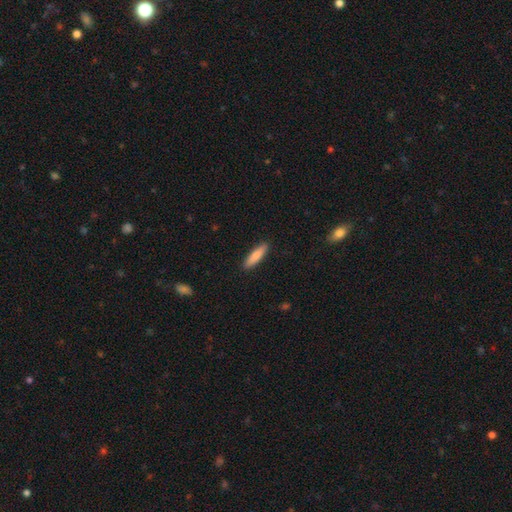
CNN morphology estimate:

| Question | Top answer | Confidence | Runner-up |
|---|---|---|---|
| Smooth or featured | smooth | 81% | featured or disk (13%) |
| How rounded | cigar-shaped | 71% | in between (27%) |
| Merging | none | 90% | minor disturbance (7%) |